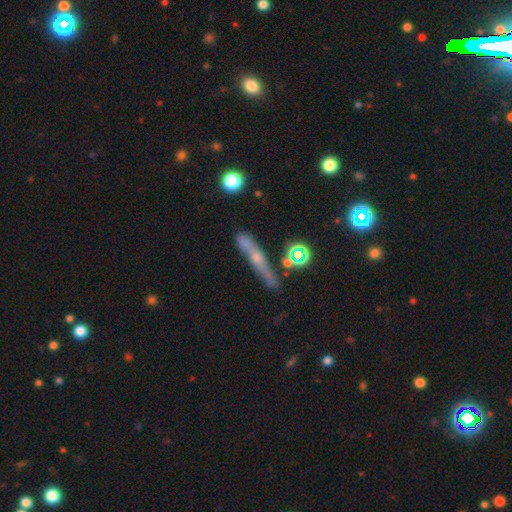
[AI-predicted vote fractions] Smooth or featured: featured or disk — 46% (smooth — 38%)
Merging: none — 59% (minor disturbance — 21%)